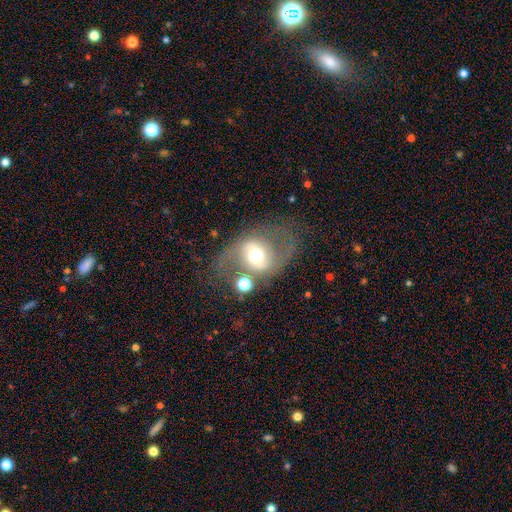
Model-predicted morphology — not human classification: This is likely a featured or disk galaxy (66%). It is clearly not viewed edge-on (95%). Bar: marginally no (39%). Spiral arm pattern: likely yes (68%). Central bulge: likely moderate (66%). Merging: possibly none (58%).